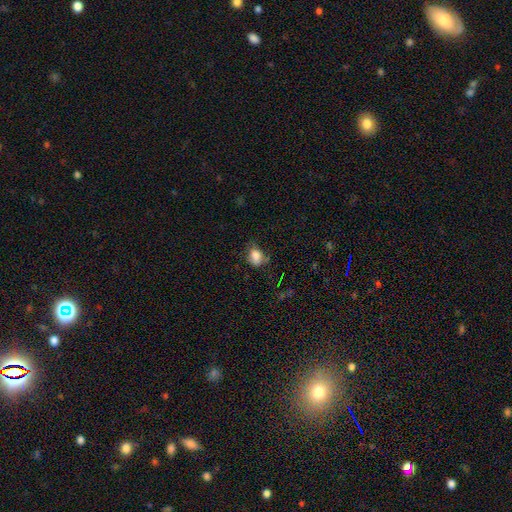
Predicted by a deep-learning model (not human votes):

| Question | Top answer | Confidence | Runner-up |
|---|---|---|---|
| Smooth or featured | smooth | 81% | star or artifact (10%) |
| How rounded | in between | 70% | round (29%) |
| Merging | none | 50% | minor disturbance (33%) |